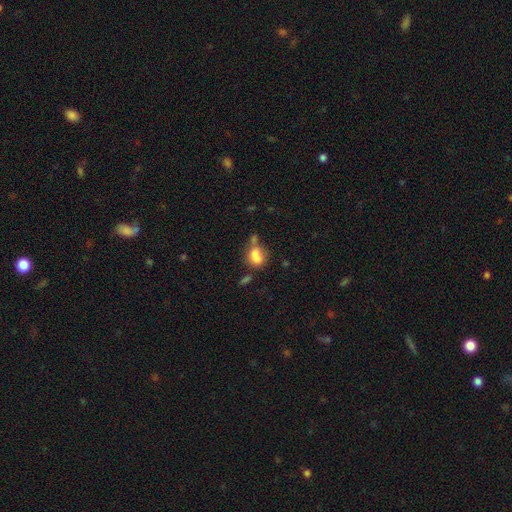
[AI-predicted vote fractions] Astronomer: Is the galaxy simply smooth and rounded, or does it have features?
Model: smooth — 73%.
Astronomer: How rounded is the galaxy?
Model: in between — 61% (runner-up: round, 36%).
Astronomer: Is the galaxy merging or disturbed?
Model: merger — 38% (runner-up: none, 34%).